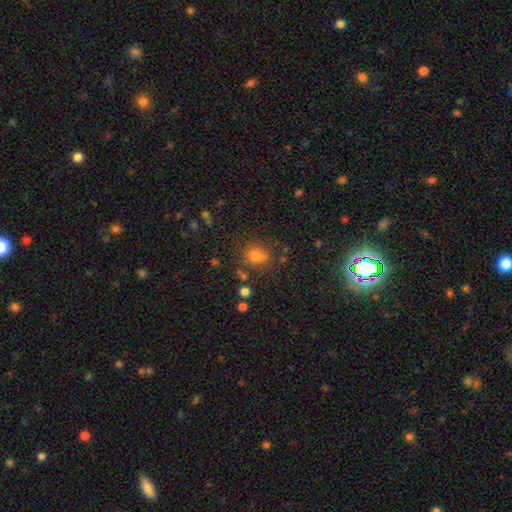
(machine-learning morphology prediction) Smooth or featured? smooth (72%)
How rounded? round (78%)
Merging? none (69%)